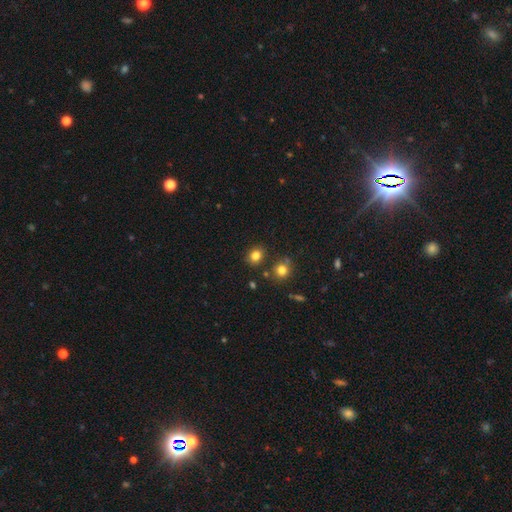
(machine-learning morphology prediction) smooth_or_featured: smooth (p=0.81) [alt: star or artifact p=0.13]
how_rounded: round (p=0.68) [alt: in between p=0.31]
merging: none (p=0.82) [alt: minor disturbance p=0.09]